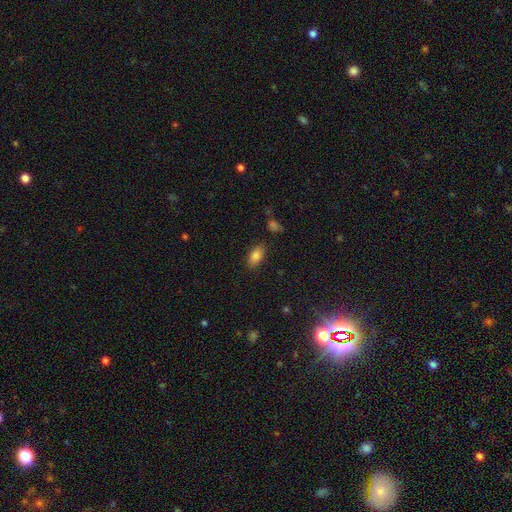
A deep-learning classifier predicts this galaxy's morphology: This is clearly a smooth galaxy (84%). How rounded: clearly in between (91%). Merging: clearly none (83%).